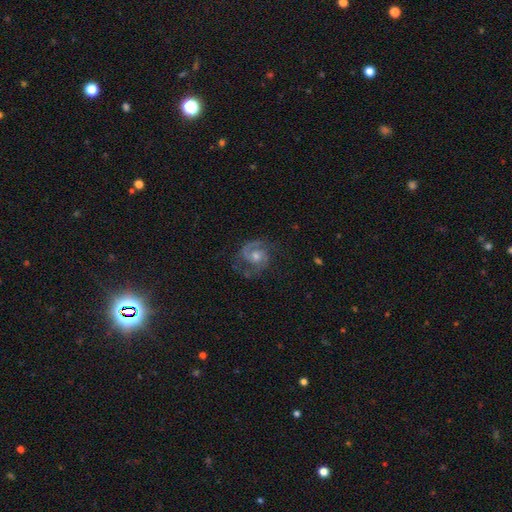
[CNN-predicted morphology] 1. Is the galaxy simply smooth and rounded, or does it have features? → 86% featured or disk, 7% star or artifact, 7% smooth.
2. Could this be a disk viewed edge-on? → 98% no, 2% yes.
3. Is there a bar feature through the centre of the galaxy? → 64% no, 30% weak, 6% strong.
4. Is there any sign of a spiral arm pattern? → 97% yes, 3% no.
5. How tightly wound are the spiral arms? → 51% medium, 38% tight, 12% loose.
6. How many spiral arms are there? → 87% 2, 4% can't tell, 3% 1, 3% 3, 1% 4, 1% more than 4.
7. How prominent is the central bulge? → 59% moderate, 34% small, 4% large, 2% none, 1% dominant.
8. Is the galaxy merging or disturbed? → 74% none, 17% minor disturbance, 8% major disturbance, 1% merger.